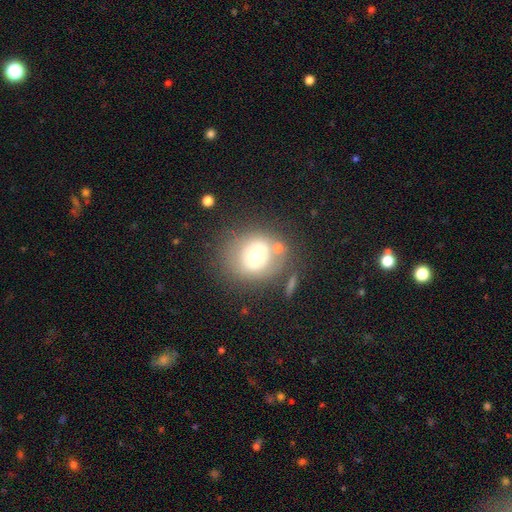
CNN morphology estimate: Smooth or featured?
  - smooth: 57% *
  - featured or disk: 32%
  - star or artifact: 12%
How rounded?
  - round: 79% *
  - in between: 20%
  - cigar-shaped: 1%
Merging?
  - none: 64% *
  - minor disturbance: 16%
  - merger: 11%
  - major disturbance: 9%